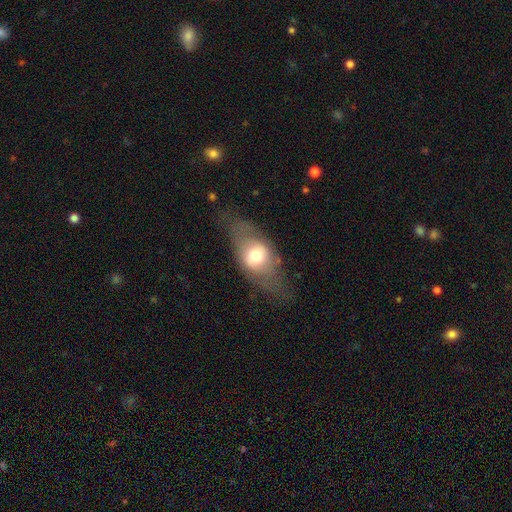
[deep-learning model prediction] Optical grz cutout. It shows a smooth galaxy with no disk features (57%) that is in between round and cigar-shaped (76%). Merging: none (65%).